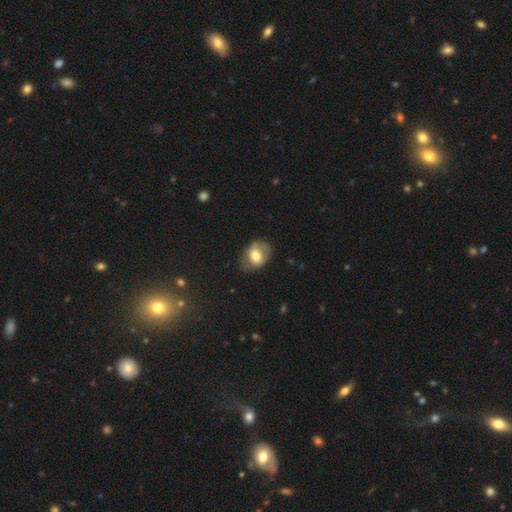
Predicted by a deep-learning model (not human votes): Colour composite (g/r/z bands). It shows a smooth galaxy with no disk features (54%) that is in between round and cigar-shaped (68%). Merging: none (68%).